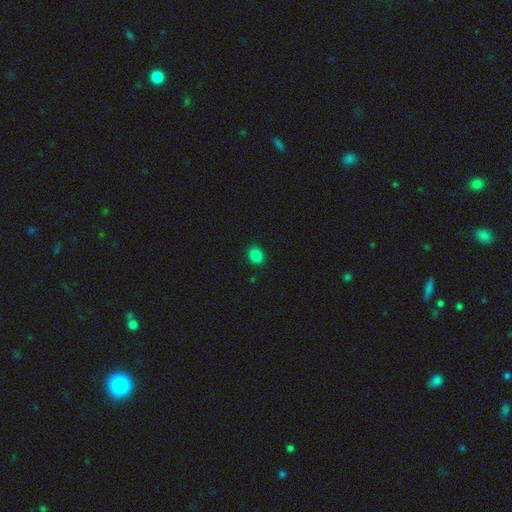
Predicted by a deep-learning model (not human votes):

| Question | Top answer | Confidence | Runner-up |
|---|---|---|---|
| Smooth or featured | smooth | 84% | star or artifact (12%) |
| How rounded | round | 61% | in between (38%) |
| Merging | none | 90% | minor disturbance (7%) |